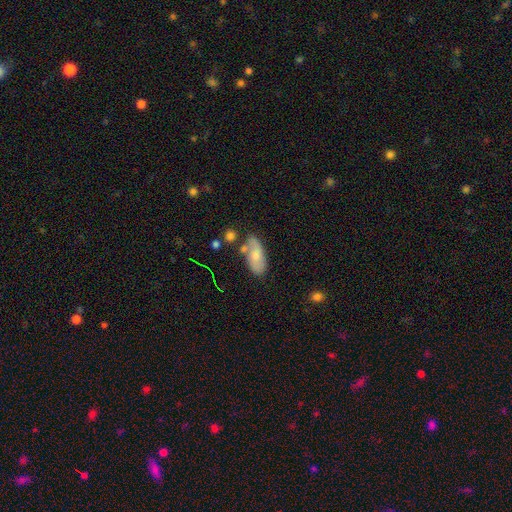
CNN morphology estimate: smooth 56%, featured or disk 36%, star or artifact 8%. Down the decision tree: how rounded — in between (88%); merging — none (60%).